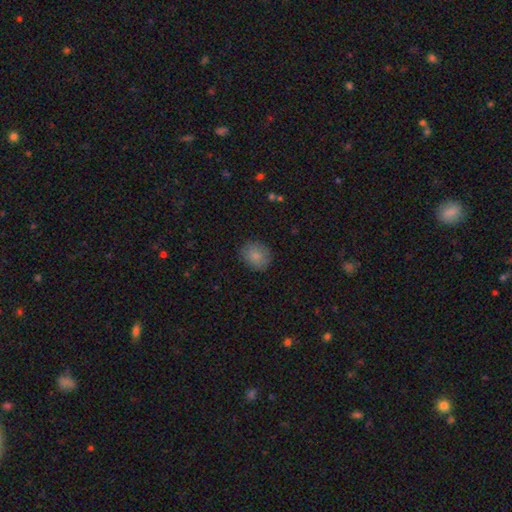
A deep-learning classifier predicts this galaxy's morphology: Q: Smooth or featured?
A: smooth (84%); runner-up: star or artifact (9%)
Q: How rounded?
A: round (74%); runner-up: in between (25%)
Q: Merging?
A: none (87%); runner-up: minor disturbance (10%)